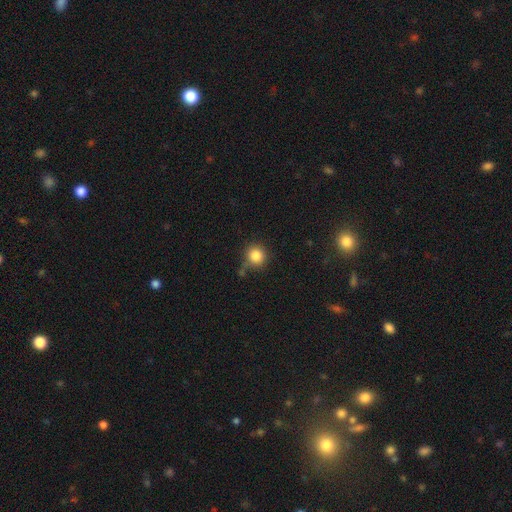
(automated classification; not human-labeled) This is clearly a smooth galaxy (85%). How rounded: clearly round (91%). Merging: likely none (74%).